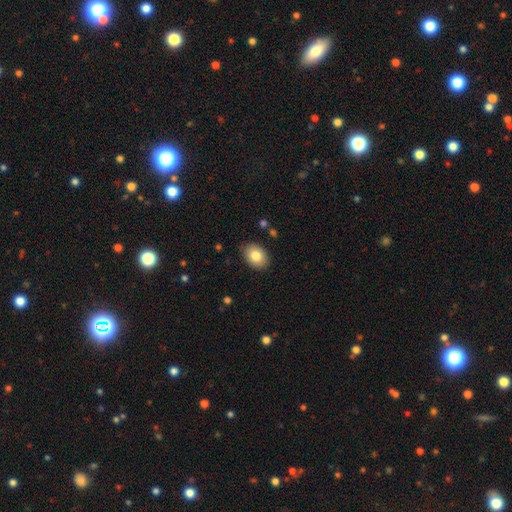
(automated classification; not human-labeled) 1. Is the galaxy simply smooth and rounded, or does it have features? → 82% smooth, 10% featured or disk, 8% star or artifact.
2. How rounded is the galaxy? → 72% in between, 27% round, 1% cigar-shaped.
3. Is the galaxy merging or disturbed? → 87% none, 10% minor disturbance, 2% major disturbance, 1% merger.